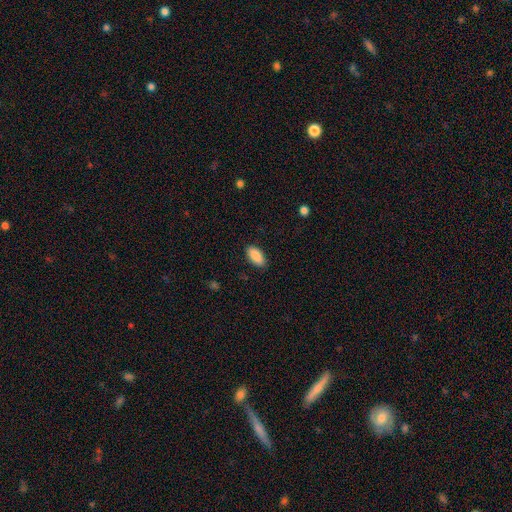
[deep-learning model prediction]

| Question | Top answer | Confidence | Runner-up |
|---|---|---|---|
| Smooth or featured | smooth | 89% | star or artifact (6%) |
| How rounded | in between | 91% | cigar-shaped (7%) |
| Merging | none | 87% | minor disturbance (10%) |